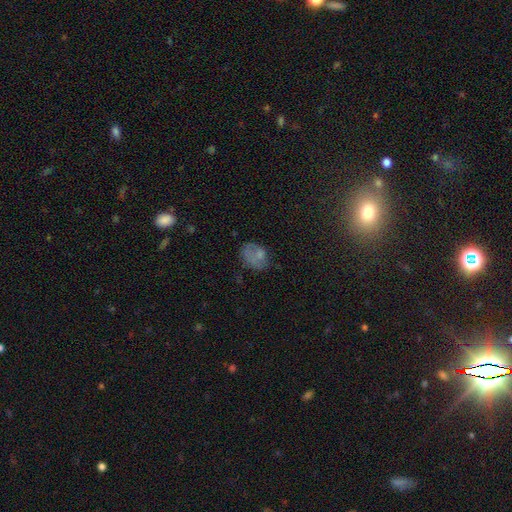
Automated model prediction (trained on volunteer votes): A smooth galaxy with no disk features (61%) that is in between round and cigar-shaped (69%). Merging: none (47%).